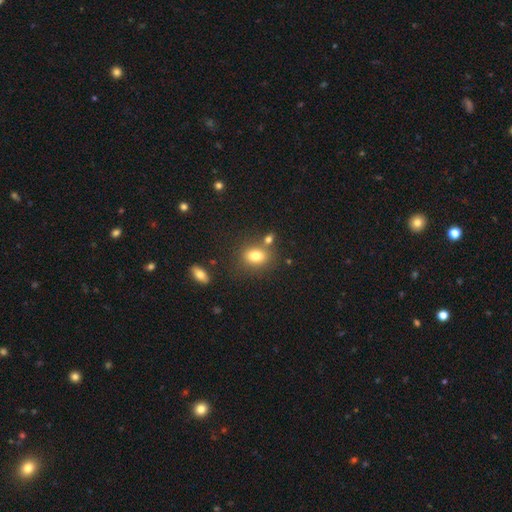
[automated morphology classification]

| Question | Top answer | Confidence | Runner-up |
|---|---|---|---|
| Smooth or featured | smooth | 79% | star or artifact (11%) |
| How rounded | in between | 67% | round (31%) |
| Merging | none | 66% | merger (17%) |